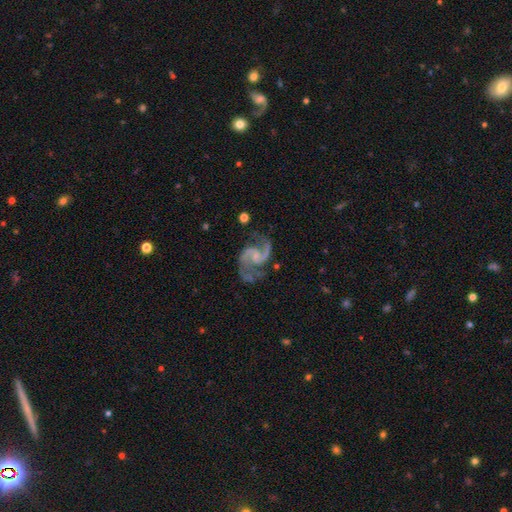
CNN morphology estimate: This appears to be a featured or disk galaxy (93%) with no bar (47%), 2 (93%) medium (55%) spiral arms (98%) and a small central bulge (44%). Merging: none (66%).